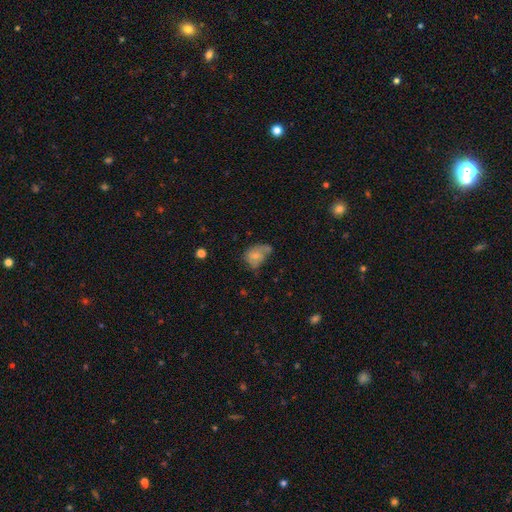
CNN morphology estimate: Smooth or featured? smooth (65%)
How rounded? in between (62%)
Merging? none (32%)